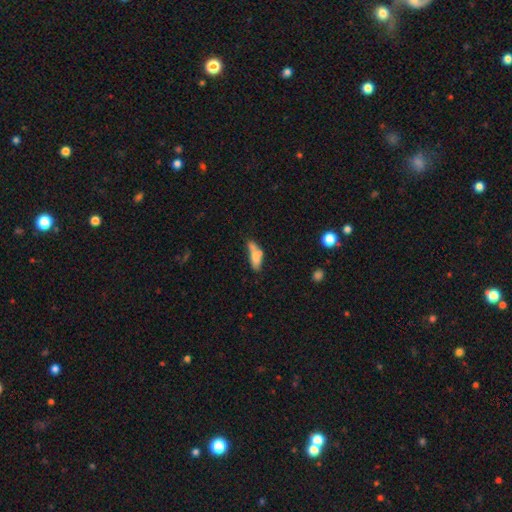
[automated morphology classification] This is likely a smooth galaxy (69%). How rounded: likely in between (67%). Merging: marginally merger (36%).